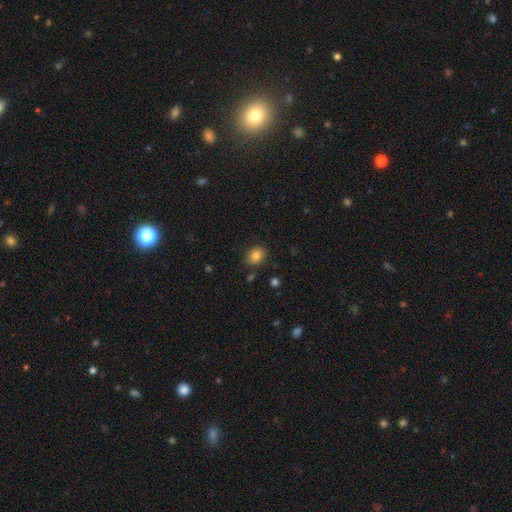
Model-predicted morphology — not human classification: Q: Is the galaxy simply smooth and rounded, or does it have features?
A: smooth — 83%.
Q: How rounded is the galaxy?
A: round — 50%.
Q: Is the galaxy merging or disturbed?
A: none — 83%.